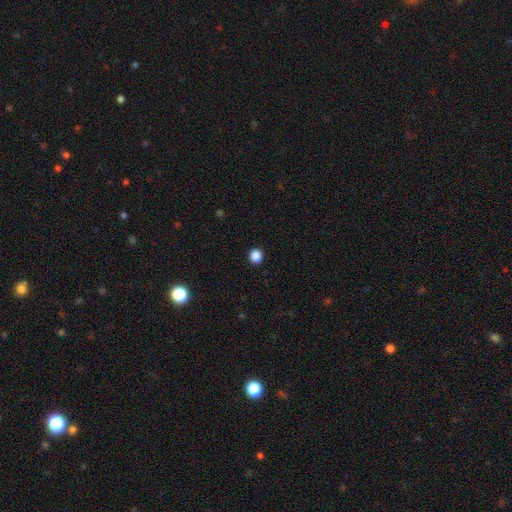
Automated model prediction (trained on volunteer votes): Q: Smooth or featured?
A: smooth (86%); runner-up: star or artifact (11%)
Q: How rounded?
A: round (91%); runner-up: in between (8%)
Q: Merging?
A: none (93%); runner-up: minor disturbance (4%)